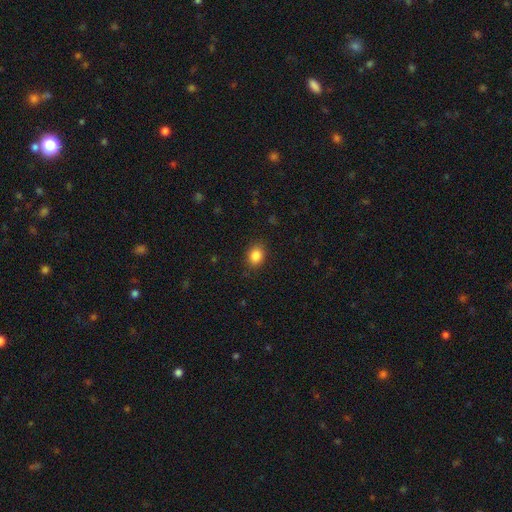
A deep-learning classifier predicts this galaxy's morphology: smooth-or-featured: smooth: 86% | star or artifact: 10% | featured or disk: 5%
  how-rounded: in between: 56% | round: 43% | cigar-shaped: 1%
  merging: none: 87% | minor disturbance: 10% | major disturbance: 3% | merger: 1%